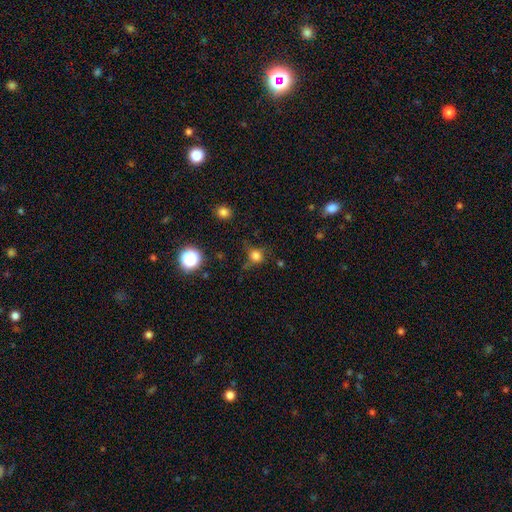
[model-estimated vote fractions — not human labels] A smooth galaxy with no disk features (77%) that is round (83%).

Vote fractions:
- Smooth or featured? smooth: 77% / star or artifact: 17% / featured or disk: 6%
- How rounded? round: 83% / in between: 15% / cigar-shaped: 1%
- Merging? none: 66% / minor disturbance: 21% / major disturbance: 9% / merger: 4%